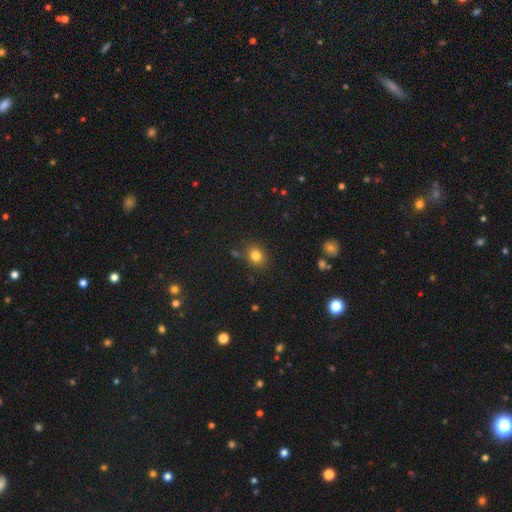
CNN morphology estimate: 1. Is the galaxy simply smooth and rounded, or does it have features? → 81% smooth, 13% star or artifact, 7% featured or disk.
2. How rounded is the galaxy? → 60% round, 39% in between, 1% cigar-shaped.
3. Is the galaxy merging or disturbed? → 80% none, 12% minor disturbance, 5% merger, 3% major disturbance.